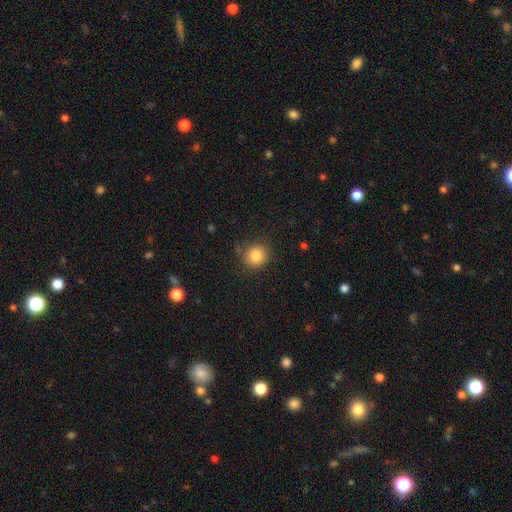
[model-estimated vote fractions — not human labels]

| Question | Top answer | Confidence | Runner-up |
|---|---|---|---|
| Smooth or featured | smooth | 83% | star or artifact (11%) |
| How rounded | round | 90% | in between (9%) |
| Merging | none | 82% | minor disturbance (12%) |